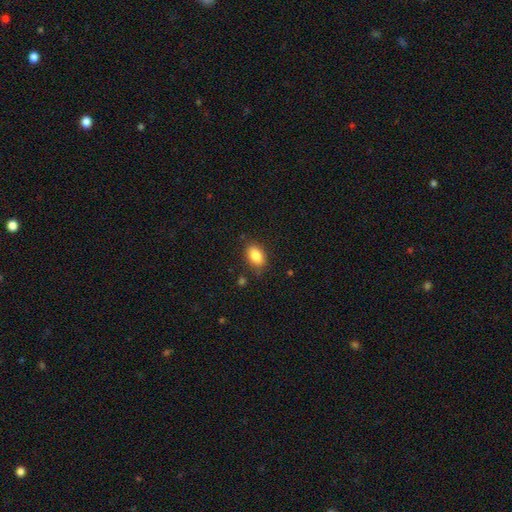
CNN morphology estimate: Smooth or featured?
  - smooth: 86% *
  - star or artifact: 8%
  - featured or disk: 6%
How rounded?
  - in between: 88% *
  - round: 10%
  - cigar-shaped: 2%
Merging?
  - none: 82% *
  - minor disturbance: 13%
  - major disturbance: 3%
  - merger: 2%